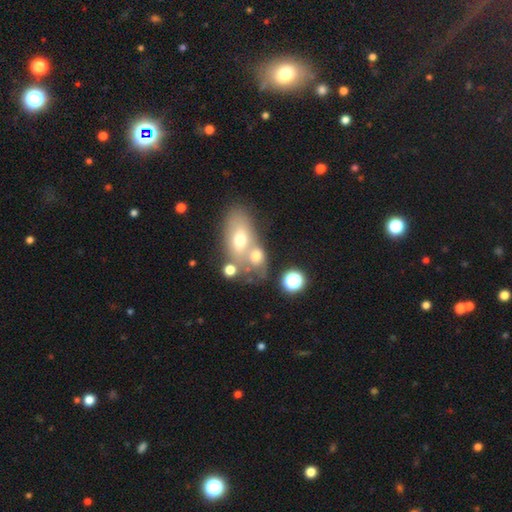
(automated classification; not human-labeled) Smooth or featured: smooth — 59% (featured or disk — 26%)
How rounded: in between — 67% (round — 29%)
Merging: merger — 55% (none — 28%)